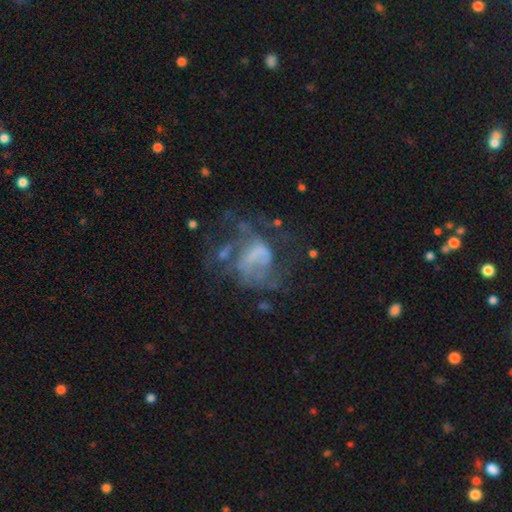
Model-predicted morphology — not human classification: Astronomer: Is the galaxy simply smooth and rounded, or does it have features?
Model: featured or disk — 66%.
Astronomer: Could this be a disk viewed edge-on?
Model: no — 98%.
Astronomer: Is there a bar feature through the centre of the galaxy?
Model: no — 58%.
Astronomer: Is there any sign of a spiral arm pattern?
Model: no — 56% (runner-up: yes, 44%).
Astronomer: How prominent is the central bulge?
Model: none — 59%.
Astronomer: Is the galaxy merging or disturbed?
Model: major disturbance — 45% (runner-up: none, 31%).